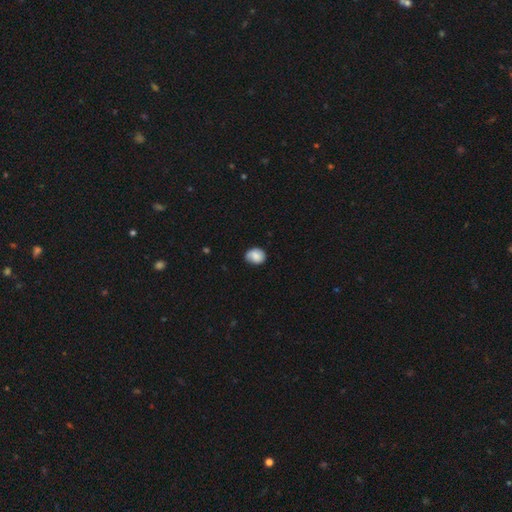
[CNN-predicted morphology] Smooth or featured? smooth (77%)
How rounded? round (59%)
Merging? none (71%)